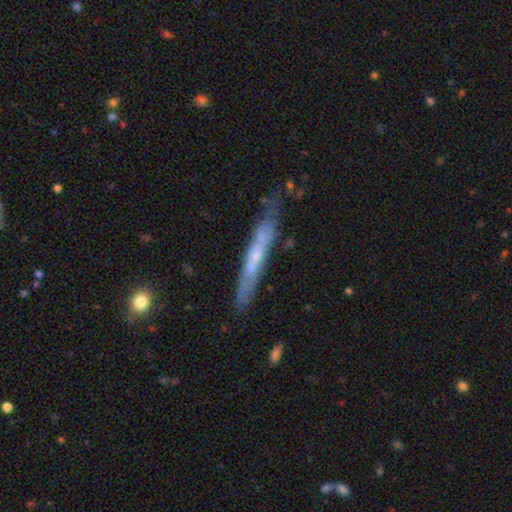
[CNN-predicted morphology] This appears to be a featured or disk galaxy (59%) viewed edge-on (78%). Merging: none (68%).